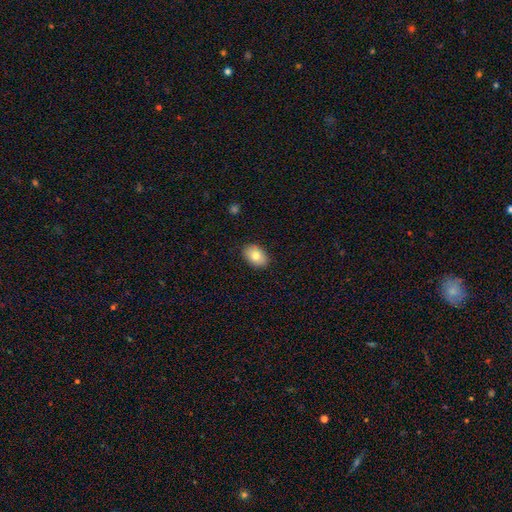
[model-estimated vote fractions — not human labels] Morphology: type=smooth (80%); roundness=in between (84%); merging=none (88%).